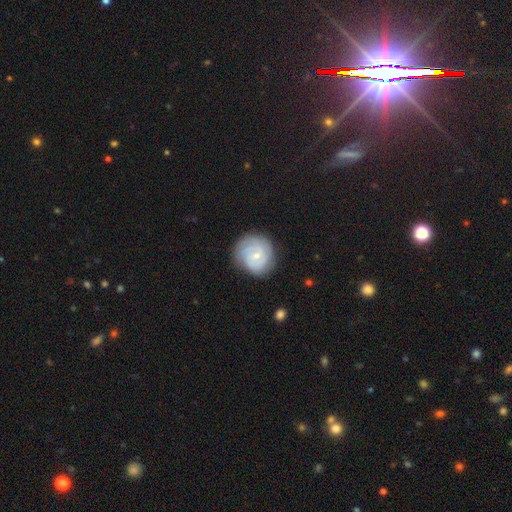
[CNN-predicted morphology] Smooth or featured? featured or disk (69%)
Edge-on disk? no (98%)
Bar? no (59%)
Spiral arms? yes (92%)
Spiral winding? tight (68%)
Spiral arm count? can't tell (32%)
Bulge size? small (71%)
Merging? none (76%)